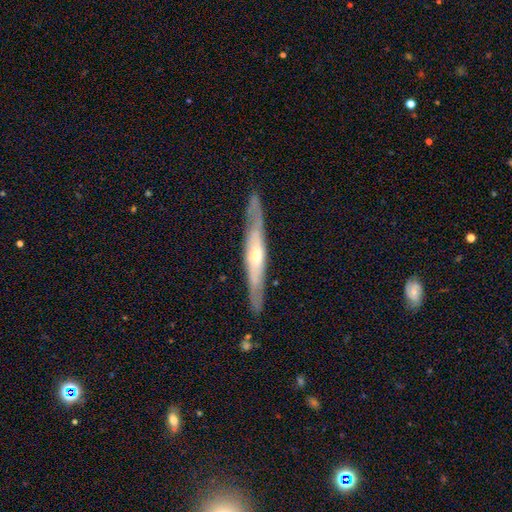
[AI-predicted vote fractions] Smooth or featured: featured or disk — 71% (smooth — 23%)
Edge-on disk: yes — 84% (no — 16%)
Edge-on bulge: rounded — 72% (none — 22%)
Merging: none — 85% (minor disturbance — 11%)